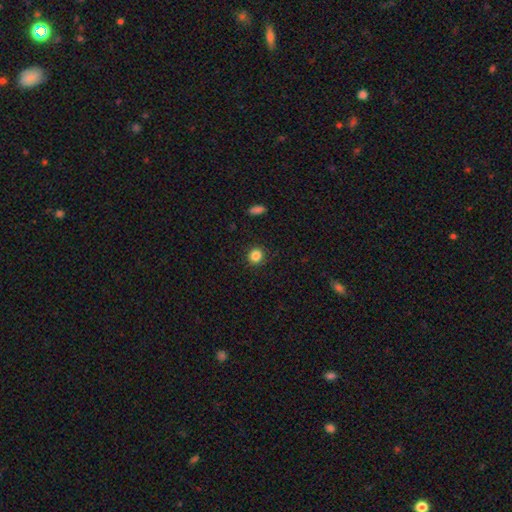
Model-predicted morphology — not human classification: A smooth galaxy with no disk features (85%) that is round (89%). Merging: none (91%).